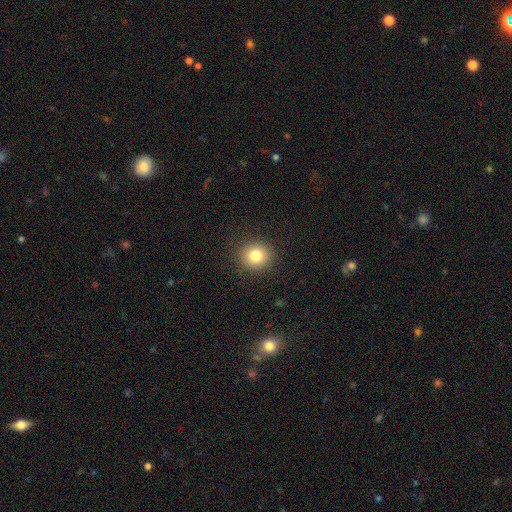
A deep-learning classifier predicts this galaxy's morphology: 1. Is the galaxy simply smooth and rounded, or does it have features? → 81% smooth, 11% star or artifact, 8% featured or disk.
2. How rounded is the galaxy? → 81% round, 18% in between, 1% cigar-shaped.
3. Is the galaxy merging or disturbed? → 90% none, 7% minor disturbance, 3% major disturbance, 1% merger.